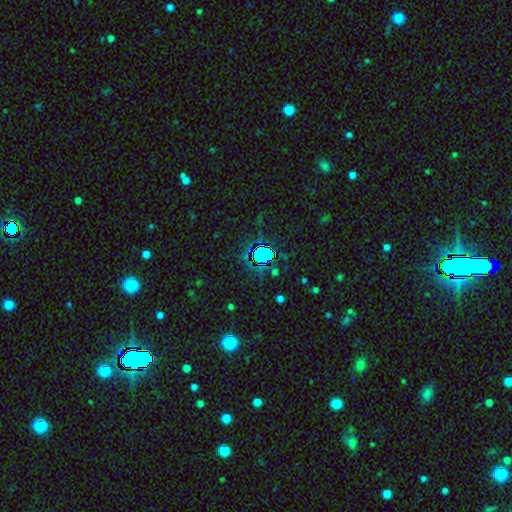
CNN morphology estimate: smooth-or-featured: star or artifact: 68% | smooth: 21% | featured or disk: 10%